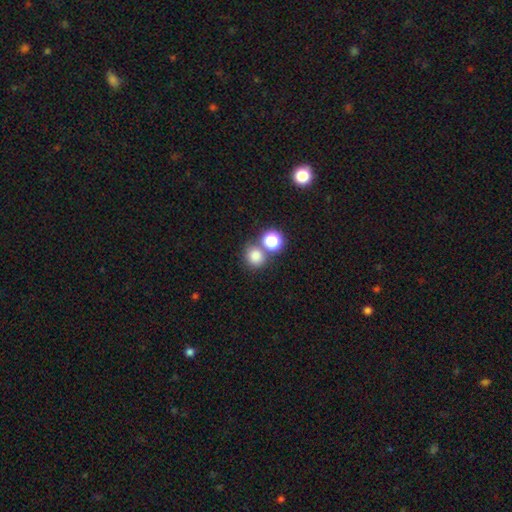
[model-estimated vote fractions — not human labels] This is likely a smooth galaxy (79%). How rounded: clearly round (85%). Merging: likely none (61%).